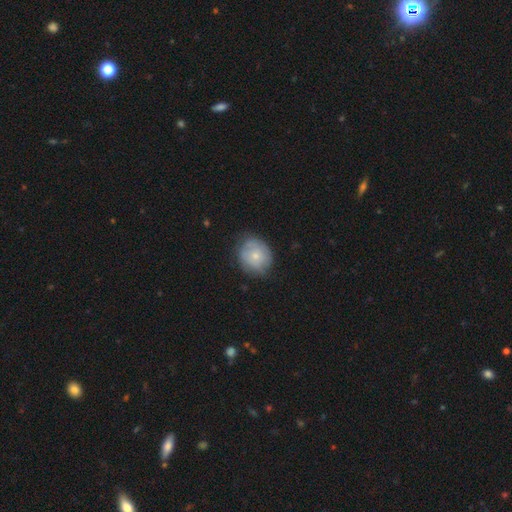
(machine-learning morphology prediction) Smooth or featured: smooth — 60% (featured or disk — 33%)
How rounded: round — 70% (in between — 29%)
Merging: none — 69% (minor disturbance — 24%)